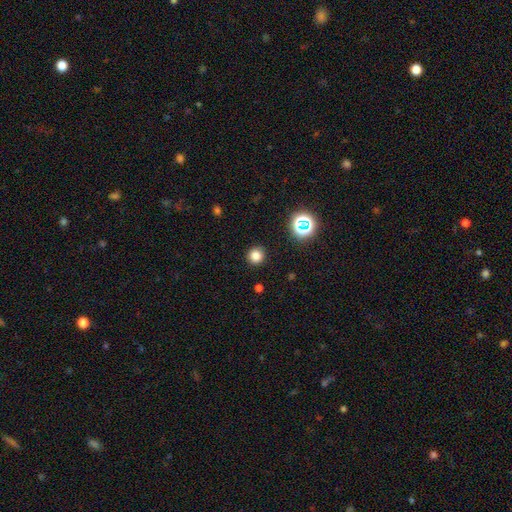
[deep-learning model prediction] A smooth galaxy with no disk features (79%) that is round (92%).

Vote fractions:
- Smooth or featured? smooth: 79% / star or artifact: 16% / featured or disk: 5%
- How rounded? round: 92% / in between: 7% / cigar-shaped: 1%
- Merging? none: 91% / minor disturbance: 6% / major disturbance: 2% / merger: 1%